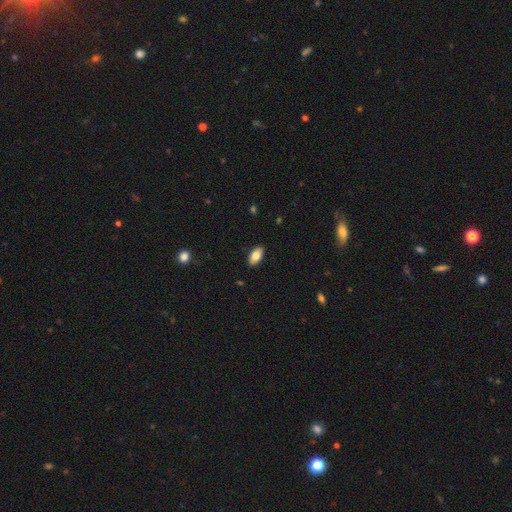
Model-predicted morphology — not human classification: Smooth or featured: smooth — 80% (featured or disk — 13%)
How rounded: in between — 93% (cigar-shaped — 4%)
Merging: none — 90% (minor disturbance — 8%)